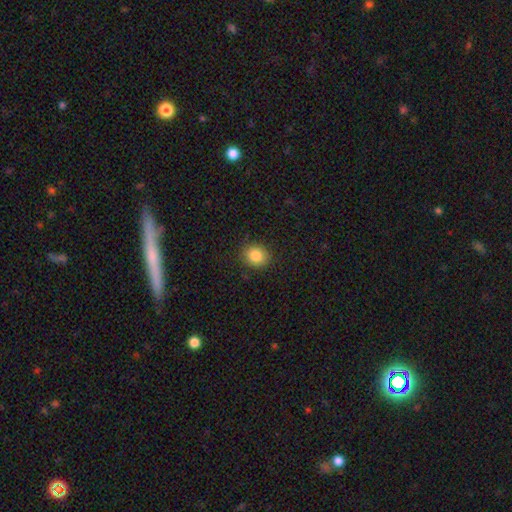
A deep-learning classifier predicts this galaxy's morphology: This appears to be a smooth galaxy with no disk features (85%) that is round (68%). Merging: none (88%).